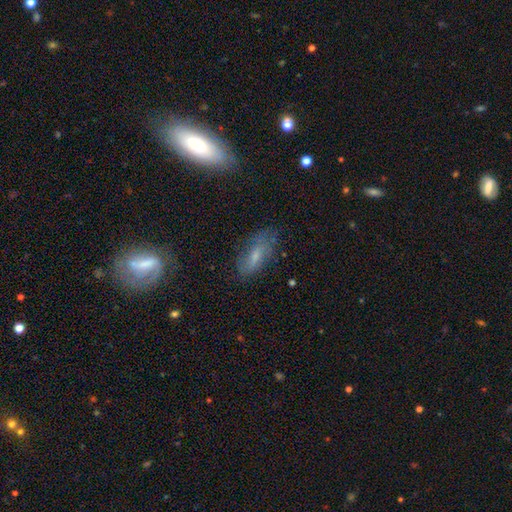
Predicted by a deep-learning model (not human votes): Smooth or featured? Predicted: smooth (p=0.52). How rounded? Predicted: in between (p=0.74). Merging? Predicted: none (p=0.64).